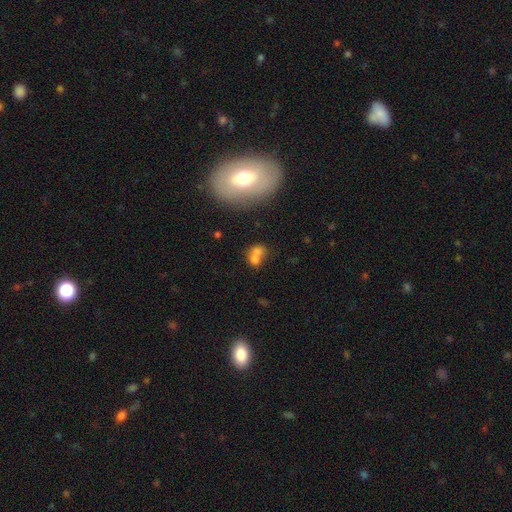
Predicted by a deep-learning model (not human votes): A smooth galaxy with no disk features (67%) that is in between round and cigar-shaped (50%). Merging: merger (64%).